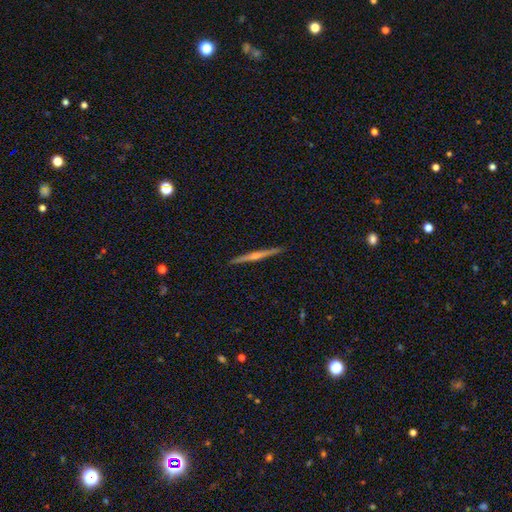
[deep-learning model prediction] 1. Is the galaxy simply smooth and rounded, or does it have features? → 67% featured or disk, 23% smooth, 11% star or artifact.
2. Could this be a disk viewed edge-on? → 96% yes, 4% no.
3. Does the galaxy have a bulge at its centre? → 68% rounded, 23% none, 10% boxy.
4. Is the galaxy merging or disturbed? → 89% none, 7% minor disturbance, 2% major disturbance, 2% merger.